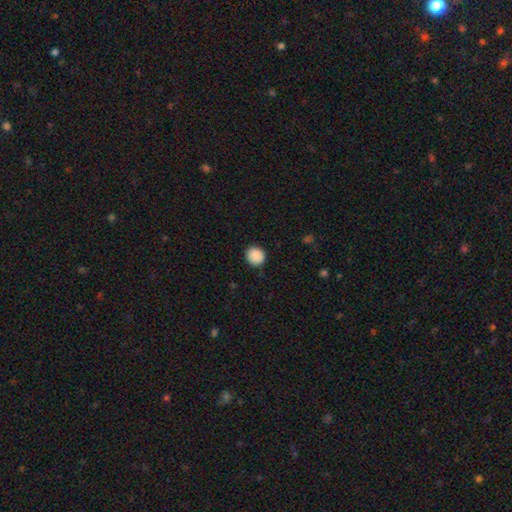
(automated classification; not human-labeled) smooth 89%, star or artifact 8%, featured or disk 2%. Down the decision tree: how rounded — round (88%); merging — none (90%).